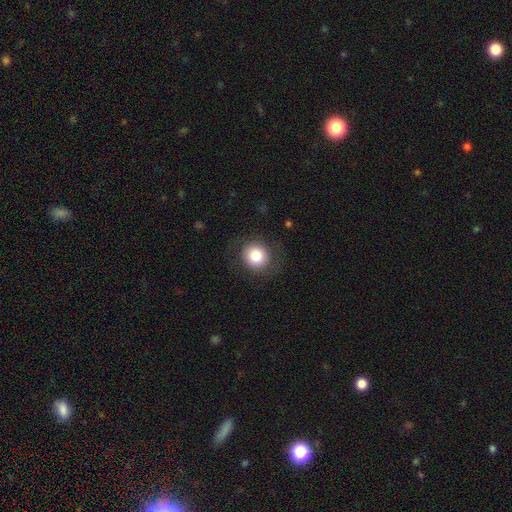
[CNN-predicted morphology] The model was most divided on "merging": none: 83%, minor disturbance: 11%, major disturbance: 5%, merger: 1%. More confident: how rounded — round (89%); smooth or featured — smooth (83%).